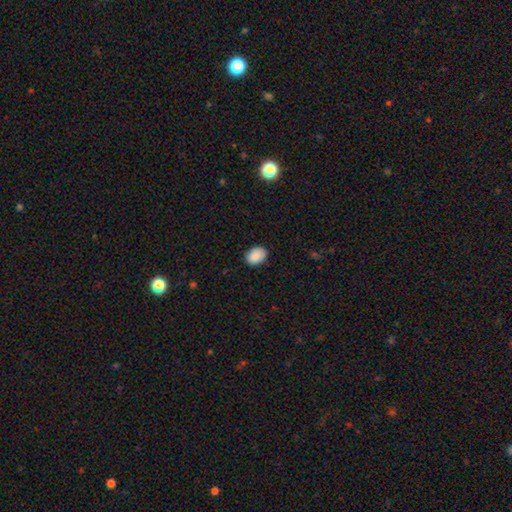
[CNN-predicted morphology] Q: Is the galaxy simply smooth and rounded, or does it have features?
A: smooth — 89%.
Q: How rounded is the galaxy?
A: in between — 68%.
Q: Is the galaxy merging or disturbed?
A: none — 86%.